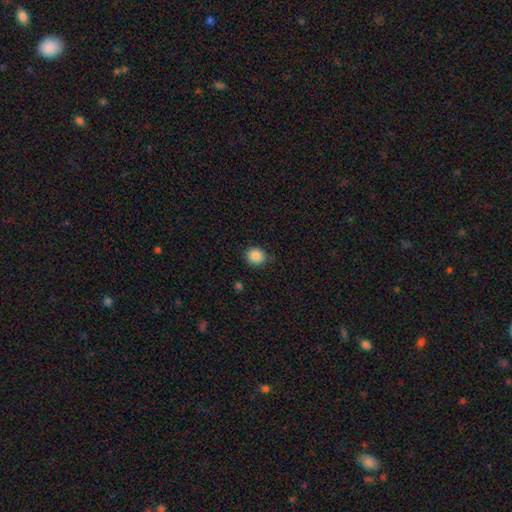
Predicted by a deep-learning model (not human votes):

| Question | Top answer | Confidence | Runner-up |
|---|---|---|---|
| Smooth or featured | smooth | 87% | star or artifact (10%) |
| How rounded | round | 81% | in between (18%) |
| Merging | none | 84% | minor disturbance (12%) |